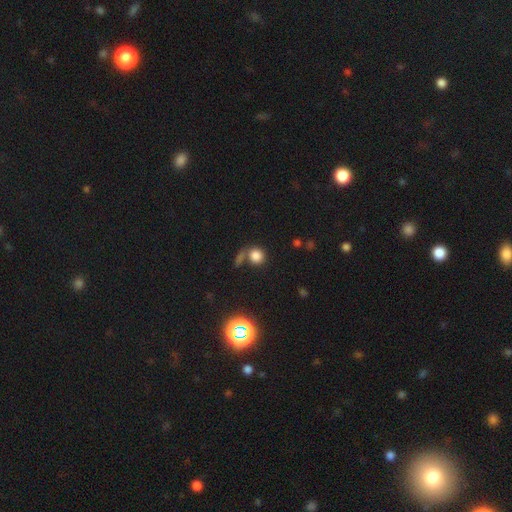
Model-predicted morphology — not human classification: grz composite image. It shows a smooth galaxy with no disk features (78%) that is round (85%). Merging: none (58%).